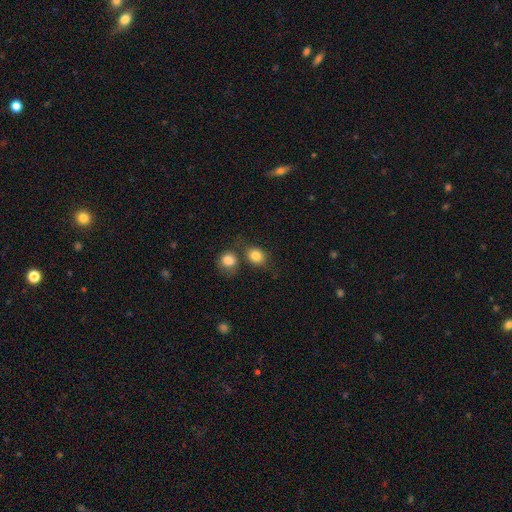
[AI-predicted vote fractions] Morphology: type=smooth (83%); roundness=round (60%); merging=none (59%).